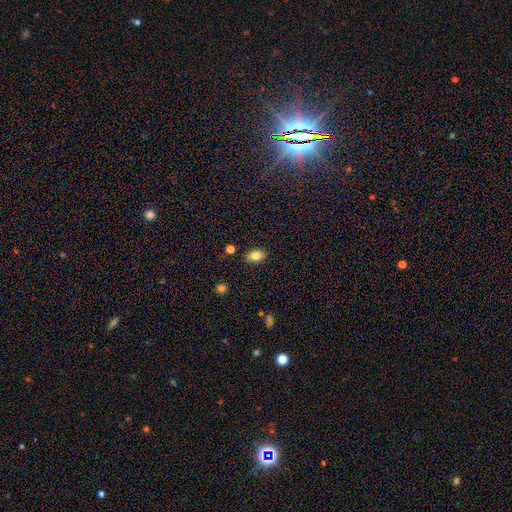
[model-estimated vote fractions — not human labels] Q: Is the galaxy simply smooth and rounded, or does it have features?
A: smooth — 81%.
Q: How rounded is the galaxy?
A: in between — 87%.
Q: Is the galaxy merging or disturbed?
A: none — 85%.